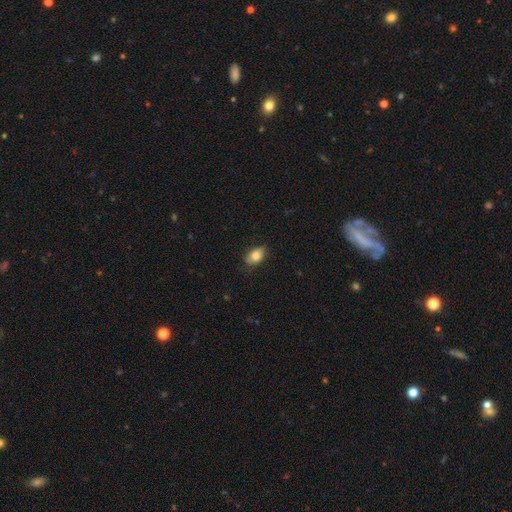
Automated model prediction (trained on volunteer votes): Smooth or featured?
  - smooth: 82% *
  - featured or disk: 10%
  - star or artifact: 8%
How rounded?
  - in between: 83% *
  - round: 15%
  - cigar-shaped: 2%
Merging?
  - none: 72% *
  - minor disturbance: 23%
  - major disturbance: 4%
  - merger: 1%